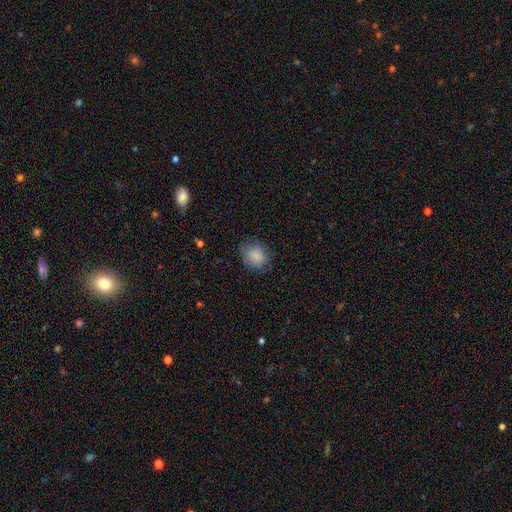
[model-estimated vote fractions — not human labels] A smooth galaxy with no disk features (85%) that is round (58%).

Vote fractions:
- Smooth or featured? smooth: 85% / star or artifact: 8% / featured or disk: 7%
- How rounded? round: 58% / in between: 41% / cigar-shaped: 1%
- Merging? none: 71% / minor disturbance: 21% / major disturbance: 7% / merger: 1%